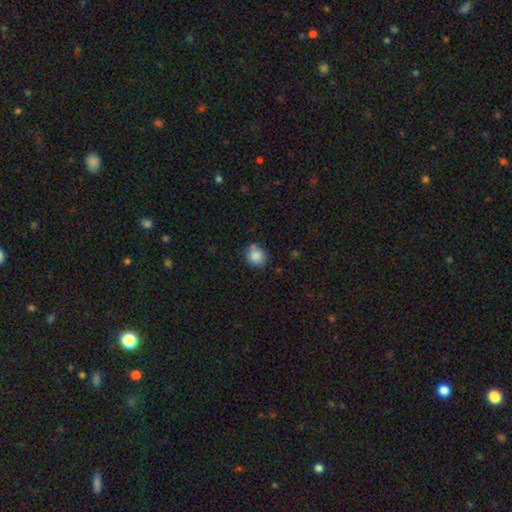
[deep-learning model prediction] Smooth or featured: smooth — 85% (star or artifact — 9%)
How rounded: round — 83% (in between — 16%)
Merging: none — 70% (minor disturbance — 14%)